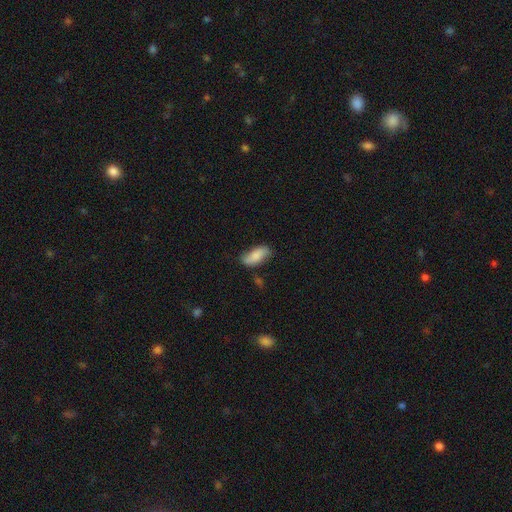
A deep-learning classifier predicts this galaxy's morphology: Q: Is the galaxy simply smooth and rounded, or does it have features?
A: smooth — 75%.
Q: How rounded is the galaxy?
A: in between — 85%.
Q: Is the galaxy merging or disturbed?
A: none — 66%.